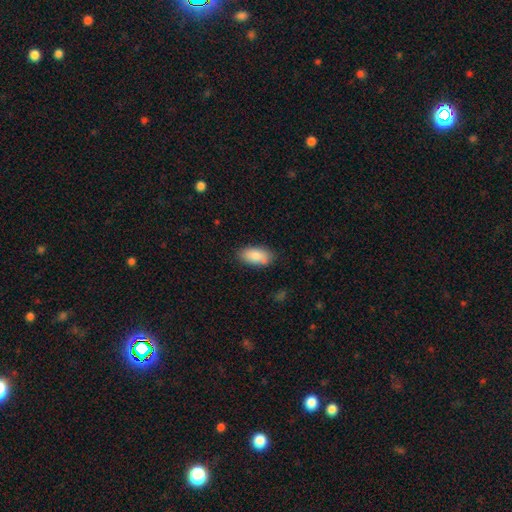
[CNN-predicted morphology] Smooth or featured: smooth — 86% (featured or disk — 8%)
How rounded: in between — 92% (cigar-shaped — 5%)
Merging: none — 82% (minor disturbance — 14%)